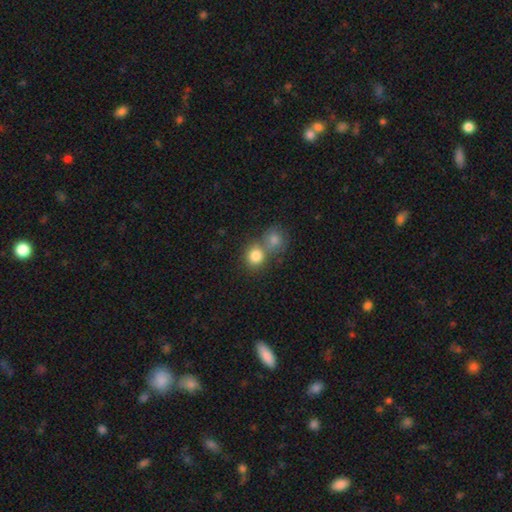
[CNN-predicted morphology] The model was most divided on "merging": merger: 45%, none: 44%, minor disturbance: 8%, major disturbance: 3%. More confident: how rounded — round (83%); smooth or featured — smooth (82%).